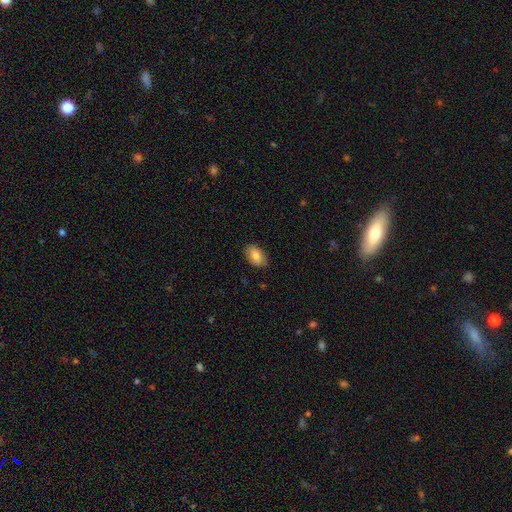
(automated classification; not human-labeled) Q: Smooth or featured?
A: smooth (78%); runner-up: featured or disk (16%)
Q: How rounded?
A: in between (92%); runner-up: round (7%)
Q: Merging?
A: none (86%); runner-up: minor disturbance (11%)